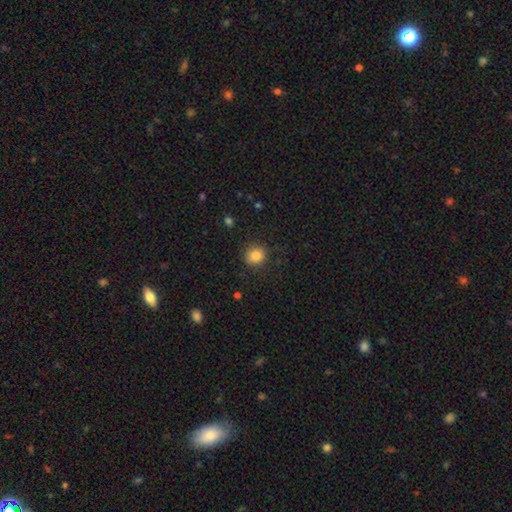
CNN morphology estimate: This is clearly a smooth galaxy (85%). How rounded: clearly round (80%). Merging: clearly none (86%).